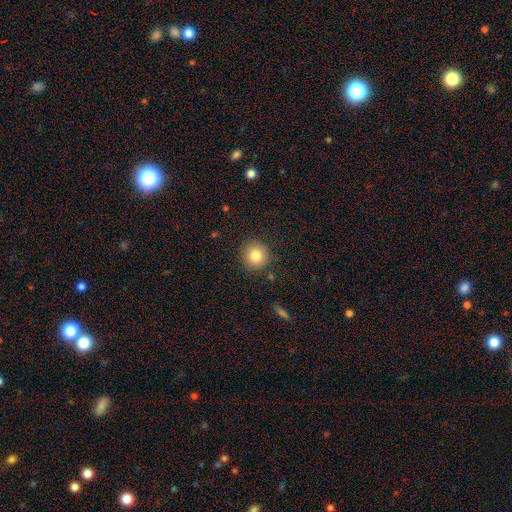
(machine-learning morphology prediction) A smooth galaxy with no disk features (81%) that is round (93%).

Vote fractions:
- Smooth or featured? smooth: 81% / star or artifact: 10% / featured or disk: 9%
- How rounded? round: 93% / in between: 6% / cigar-shaped: 1%
- Merging? none: 89% / minor disturbance: 7% / major disturbance: 2% / merger: 2%